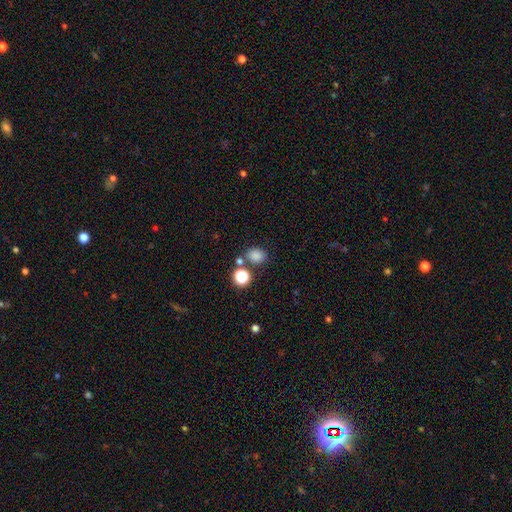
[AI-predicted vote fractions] Smooth or featured?
  - smooth: 80% *
  - star or artifact: 15%
  - featured or disk: 5%
How rounded?
  - round: 52% *
  - in between: 47%
  - cigar-shaped: 1%
Merging?
  - none: 69% *
  - merger: 16%
  - minor disturbance: 11%
  - major disturbance: 4%